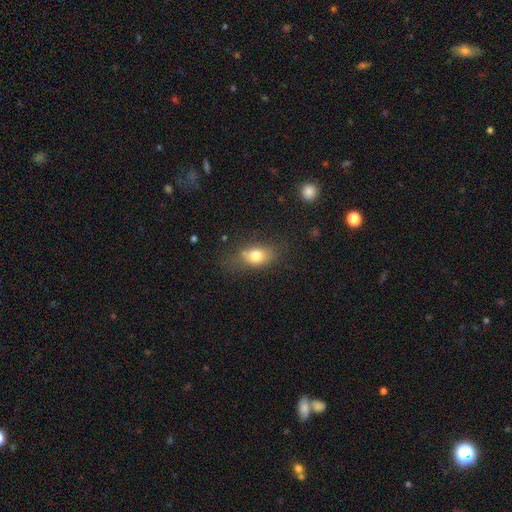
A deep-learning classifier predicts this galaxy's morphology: Smooth or featured: smooth — 75% (featured or disk — 14%)
How rounded: in between — 75% (round — 22%)
Merging: none — 58% (minor disturbance — 25%)